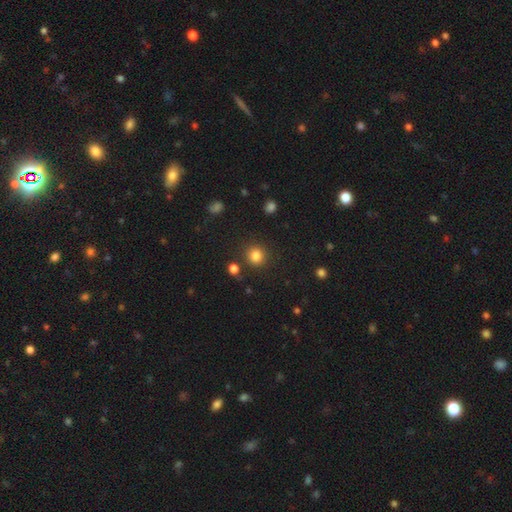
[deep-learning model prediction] The model was most divided on "smooth or featured": smooth: 83%, star or artifact: 12%, featured or disk: 4%. More confident: how rounded — round (90%); merging — none (86%).